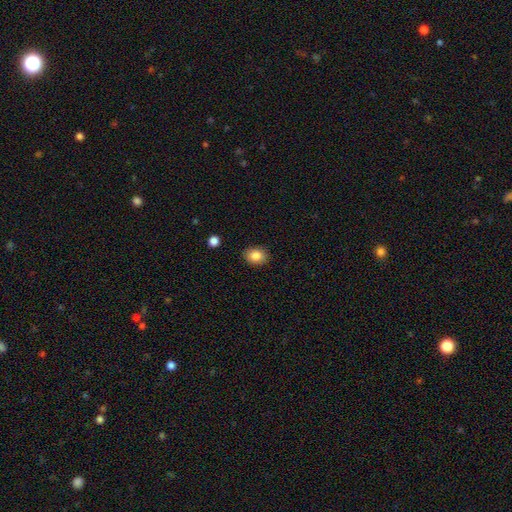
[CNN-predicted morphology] This is clearly a smooth galaxy (86%). How rounded: possibly in between (57%). Merging: clearly none (87%).